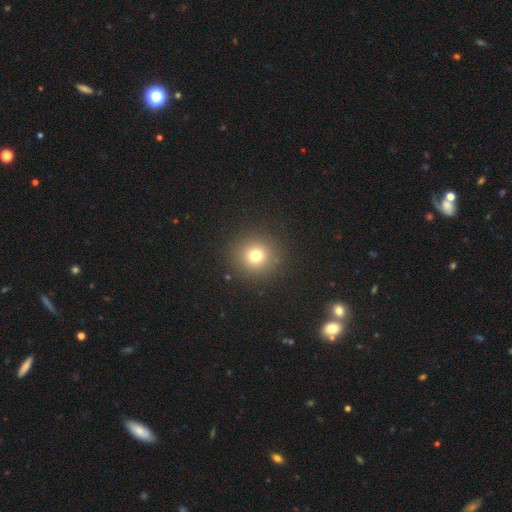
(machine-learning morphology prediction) Overall: smooth (75%). How rounded: round (94%). Merging: none (90%).